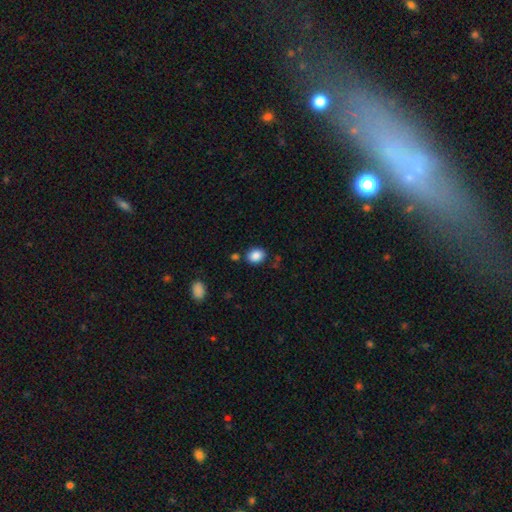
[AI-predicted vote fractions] Smooth or featured?
  - smooth: 87% *
  - star or artifact: 9%
  - featured or disk: 4%
How rounded?
  - in between: 53% *
  - round: 46%
  - cigar-shaped: 1%
Merging?
  - none: 80% *
  - minor disturbance: 11%
  - merger: 6%
  - major disturbance: 3%